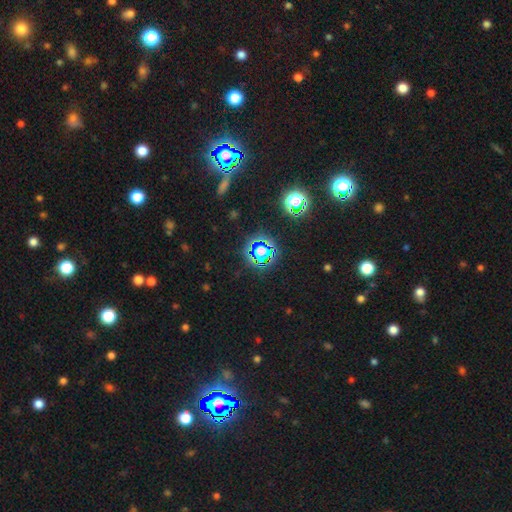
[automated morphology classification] Overall: star or artifact (64%; smooth 26%).